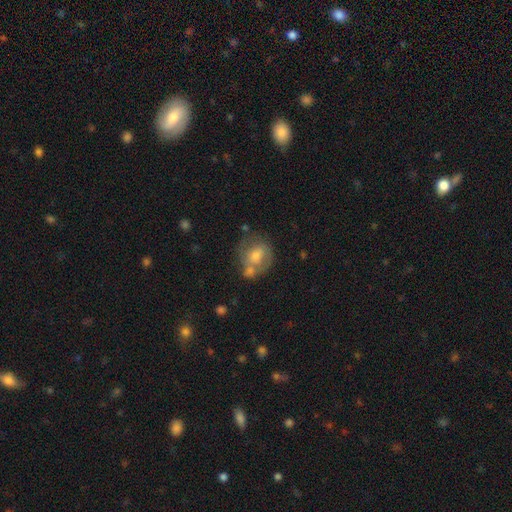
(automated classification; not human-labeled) Overall: smooth (53%; featured or disk 38%). How rounded: round (63%; in between 35%). Merging: none (43%; merger 28%).